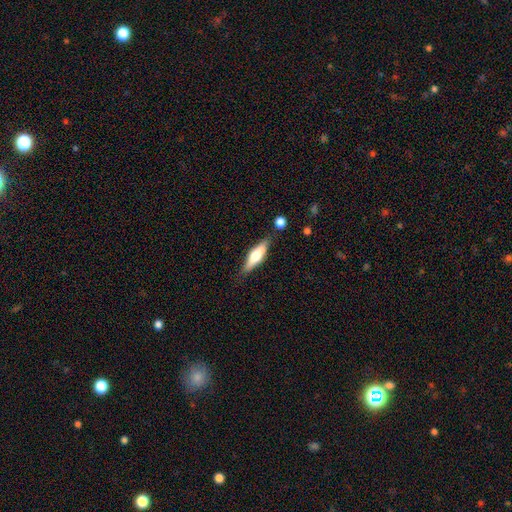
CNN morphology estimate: smooth-or-featured: smooth: 48% | featured or disk: 45% | star or artifact: 6%
  merging: none: 76% | minor disturbance: 15% | merger: 5% | major disturbance: 4%